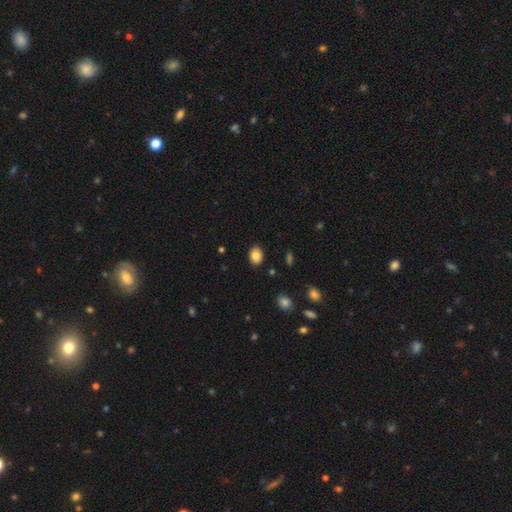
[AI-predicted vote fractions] A smooth galaxy with no disk features (86%) that is in between round and cigar-shaped (67%).

Vote fractions:
- Smooth or featured? smooth: 86% / star or artifact: 9% / featured or disk: 6%
- How rounded? in between: 67% / round: 32% / cigar-shaped: 1%
- Merging? none: 88% / minor disturbance: 9% / major disturbance: 2% / merger: 1%